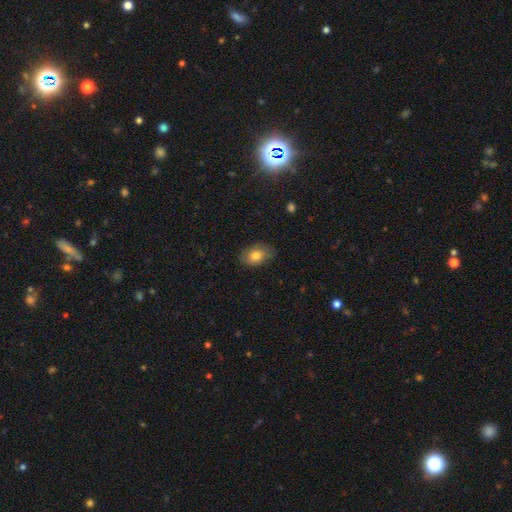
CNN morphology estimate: Smooth or featured? Predicted: smooth (p=0.79). How rounded? Predicted: in between (p=0.86). Merging? Predicted: none (p=0.80).